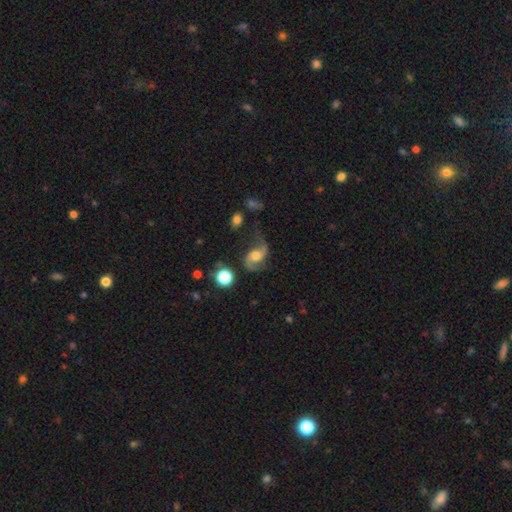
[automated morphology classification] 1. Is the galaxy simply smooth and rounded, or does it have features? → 84% featured or disk, 9% smooth, 6% star or artifact.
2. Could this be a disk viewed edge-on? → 97% no, 3% yes.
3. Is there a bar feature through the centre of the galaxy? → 60% no, 32% weak, 8% strong.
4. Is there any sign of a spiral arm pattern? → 96% yes, 4% no.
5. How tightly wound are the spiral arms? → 63% loose, 31% medium, 6% tight.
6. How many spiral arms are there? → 92% 2, 3% 1, 2% can't tell, 1% 3, 1% 4, 1% more than 4.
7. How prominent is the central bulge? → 55% moderate, 27% large, 12% small, 4% none, 3% dominant.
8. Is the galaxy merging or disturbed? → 67% none, 18% minor disturbance, 12% major disturbance, 3% merger.